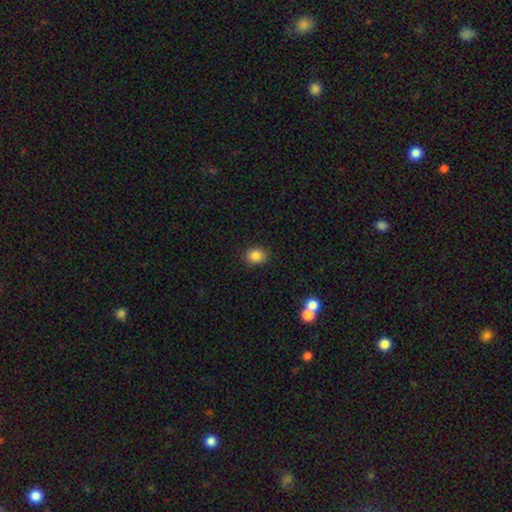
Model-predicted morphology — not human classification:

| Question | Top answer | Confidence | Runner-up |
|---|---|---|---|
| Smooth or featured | smooth | 85% | star or artifact (10%) |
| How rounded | round | 63% | in between (36%) |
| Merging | none | 87% | minor disturbance (9%) |